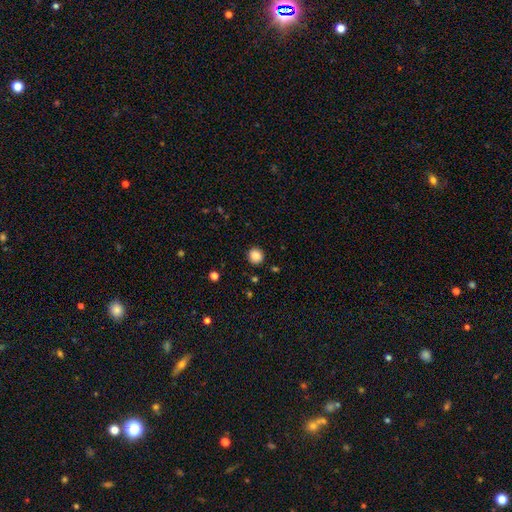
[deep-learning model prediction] The model was most divided on "how rounded": round: 88%, in between: 11%, cigar-shaped: 1%. More confident: merging — none (89%); smooth or featured — smooth (87%).